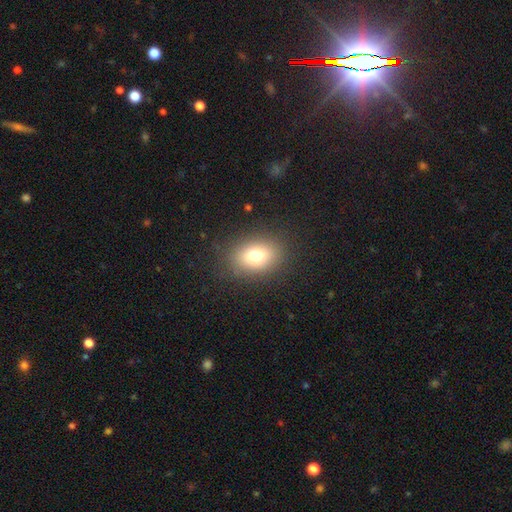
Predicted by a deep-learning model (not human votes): This is likely a smooth galaxy (75%). How rounded: likely in between (71%). Merging: clearly none (85%).